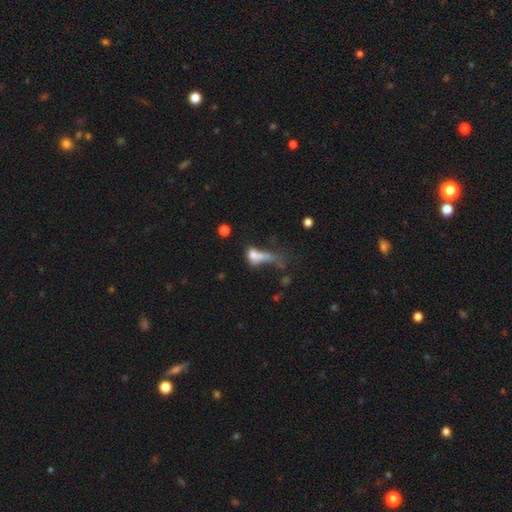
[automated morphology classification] This appears to be a smooth galaxy with no disk features (61%) that is in between round and cigar-shaped (61%). Merging: merger (39%).